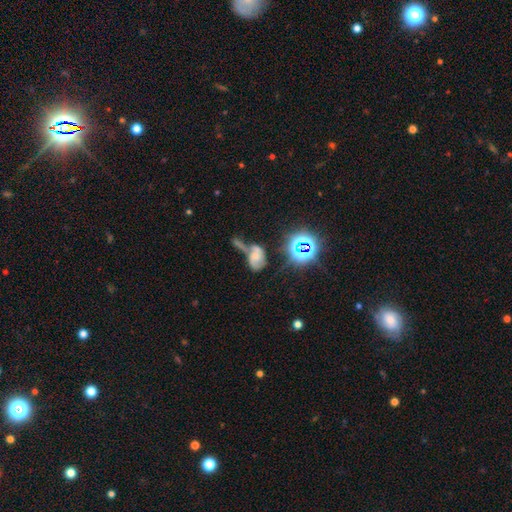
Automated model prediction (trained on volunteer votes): Smooth or featured? Predicted: smooth (p=0.40). Merging? Predicted: merger (p=0.51).